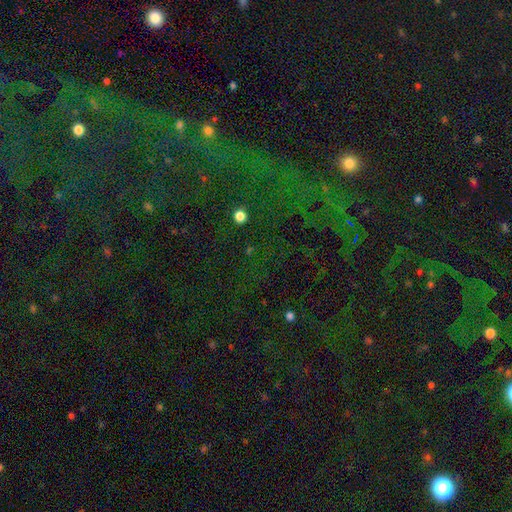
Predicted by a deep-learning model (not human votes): smooth_or_featured: star or artifact (p=0.80) [alt: smooth p=0.11]